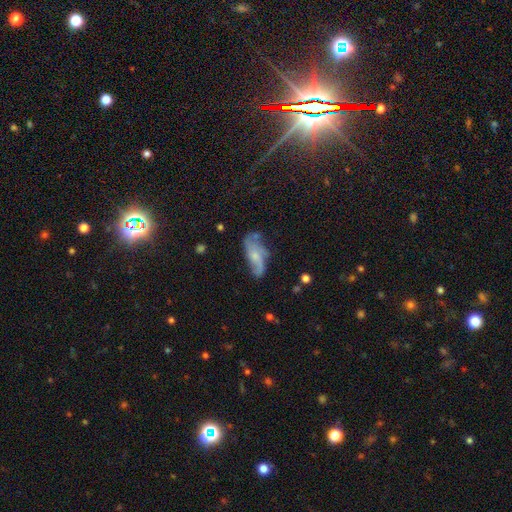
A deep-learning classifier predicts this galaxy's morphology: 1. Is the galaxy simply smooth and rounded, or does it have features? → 57% featured or disk, 34% smooth, 9% star or artifact.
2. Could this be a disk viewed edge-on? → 89% no, 11% yes.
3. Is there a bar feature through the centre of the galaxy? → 68% no, 26% weak, 6% strong.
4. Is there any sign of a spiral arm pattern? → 81% yes, 19% no.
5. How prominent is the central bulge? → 57% small, 30% moderate, 9% none, 3% large, 1% dominant.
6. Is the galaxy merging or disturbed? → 49% none, 28% minor disturbance, 17% major disturbance, 5% merger.